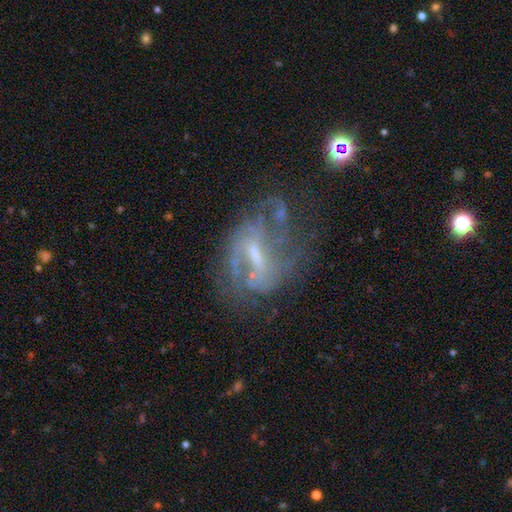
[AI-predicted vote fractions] The model was most divided on "bulge size": small: 43%, moderate: 33%, none: 20%, large: 3%, dominant: 1%. Remaining: edge-on disk — no (96%); smooth or featured — featured or disk (77%); spiral arms — yes (73%); bar — weak (50%); merging — none (44%); spiral winding — medium (43%); spiral arm count — can't tell (42%).